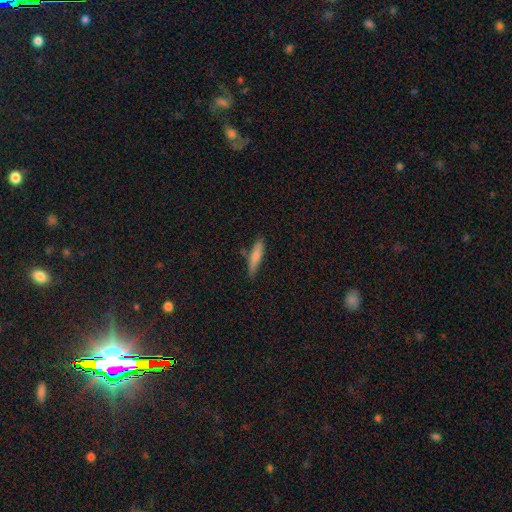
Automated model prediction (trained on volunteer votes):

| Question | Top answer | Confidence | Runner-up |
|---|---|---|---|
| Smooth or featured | smooth | 76% | featured or disk (18%) |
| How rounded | cigar-shaped | 81% | in between (18%) |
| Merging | none | 74% | minor disturbance (19%) |